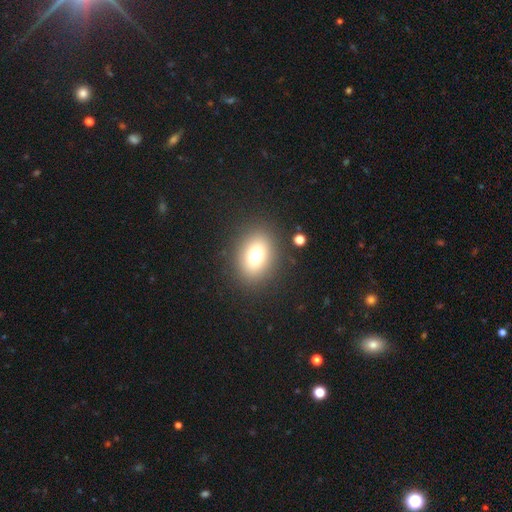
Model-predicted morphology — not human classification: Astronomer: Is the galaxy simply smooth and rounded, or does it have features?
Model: smooth — 73%.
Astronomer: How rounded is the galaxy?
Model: in between — 61% (runner-up: round, 38%).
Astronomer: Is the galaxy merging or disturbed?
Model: none — 86%.